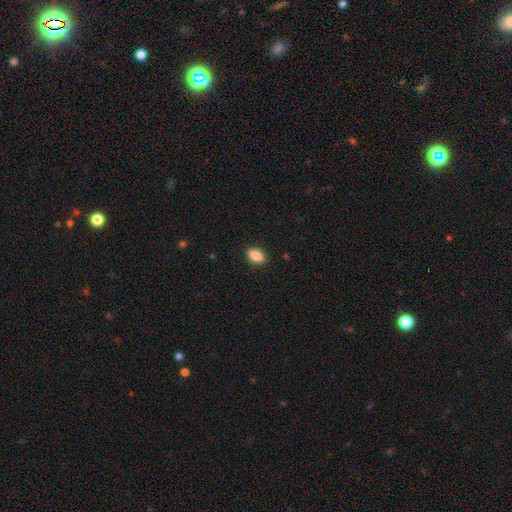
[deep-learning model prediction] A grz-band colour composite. It shows a smooth galaxy with no disk features (87%) that is in between round and cigar-shaped (88%). Merging: none (88%).